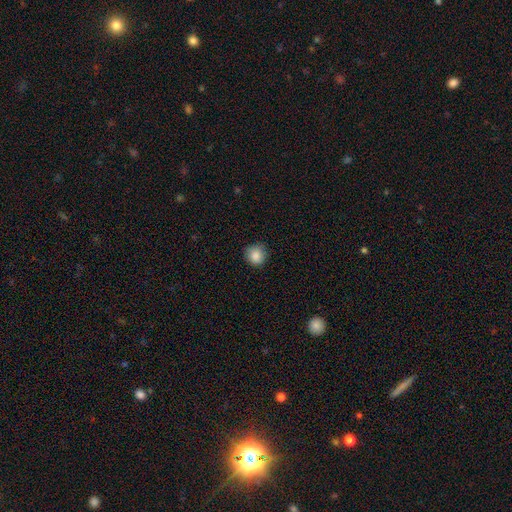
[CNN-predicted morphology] Smooth or featured: smooth — 87% (star or artifact — 9%)
How rounded: round — 90% (in between — 9%)
Merging: none — 82% (minor disturbance — 15%)